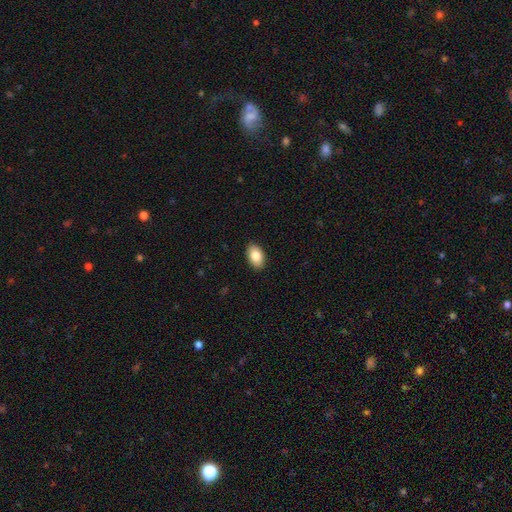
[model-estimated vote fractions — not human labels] Q: Smooth or featured?
A: smooth (85%); runner-up: featured or disk (8%)
Q: How rounded?
A: in between (92%); runner-up: round (7%)
Q: Merging?
A: none (90%); runner-up: minor disturbance (7%)